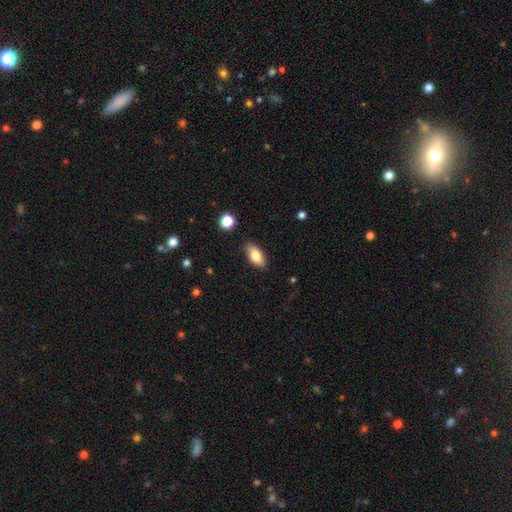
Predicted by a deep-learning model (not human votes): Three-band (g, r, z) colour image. It shows a smooth galaxy with no disk features (79%) that is in between round and cigar-shaped (89%). Merging: none (86%).